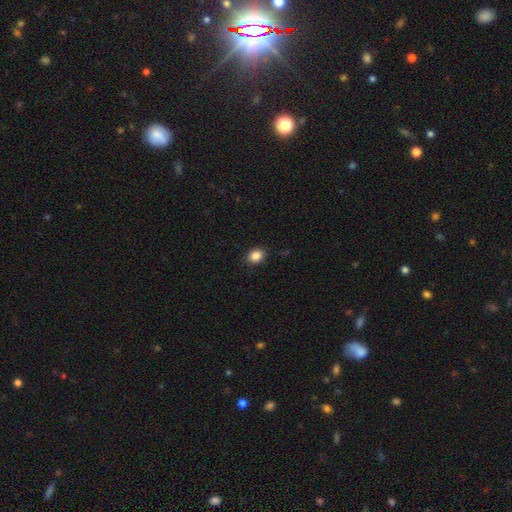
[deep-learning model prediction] smooth 86%, star or artifact 10%, featured or disk 4%. Down the decision tree: how rounded — round (51%); merging — none (88%).